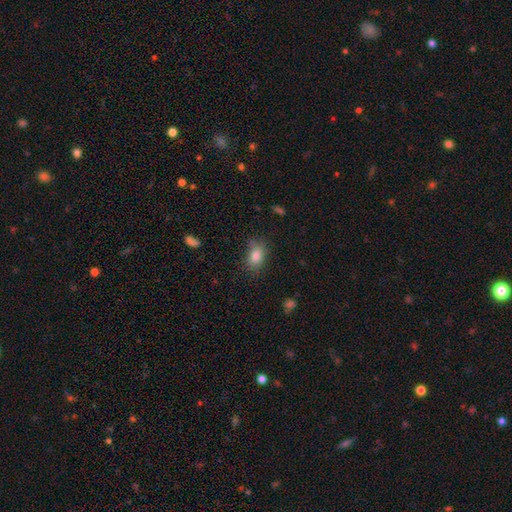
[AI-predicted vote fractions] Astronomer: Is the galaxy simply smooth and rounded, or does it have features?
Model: smooth — 84%.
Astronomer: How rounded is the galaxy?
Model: in between — 79%.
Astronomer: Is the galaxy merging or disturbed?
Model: none — 73%.